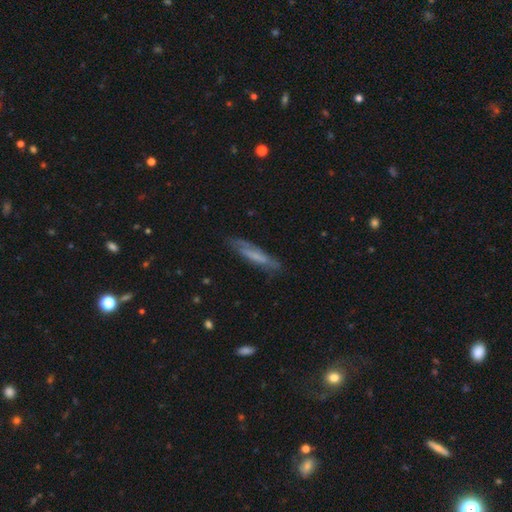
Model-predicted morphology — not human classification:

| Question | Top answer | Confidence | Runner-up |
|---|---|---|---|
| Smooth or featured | smooth | 47% | featured or disk (45%) |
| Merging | none | 74% | minor disturbance (19%) |